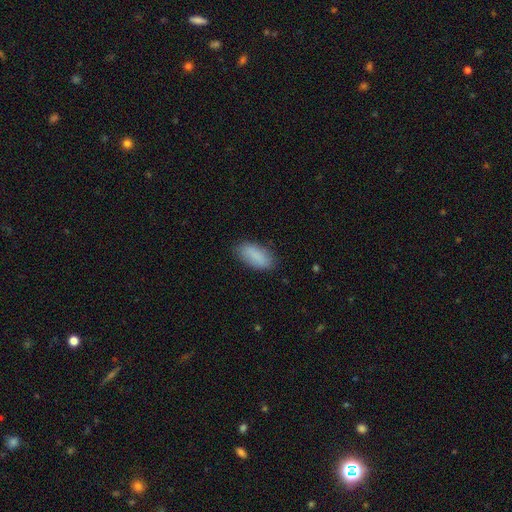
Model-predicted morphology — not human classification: This appears to be a smooth galaxy with no disk features (86%) that is in between round and cigar-shaped (86%). Merging: none (81%).